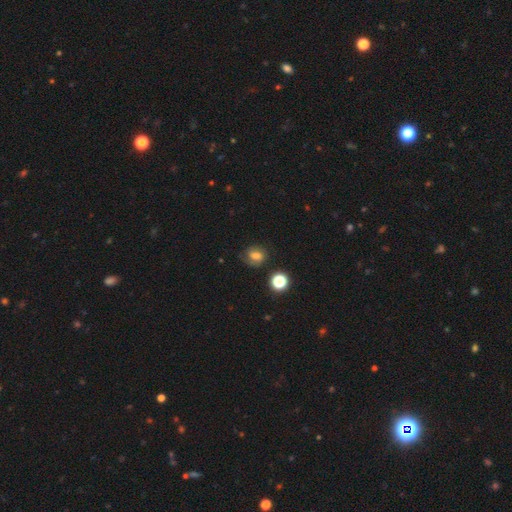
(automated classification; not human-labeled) Smooth or featured? smooth (53%)
How rounded? round (50%)
Merging? none (62%)